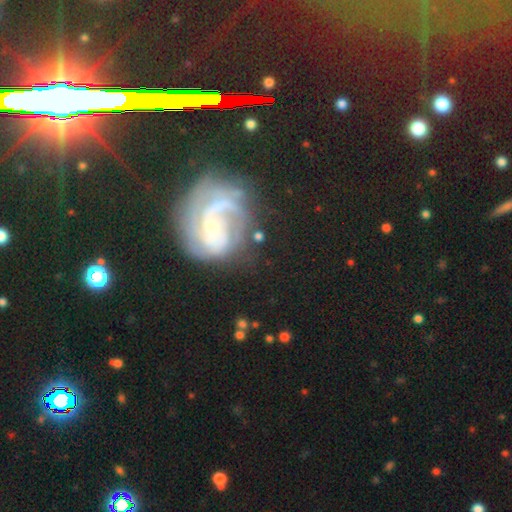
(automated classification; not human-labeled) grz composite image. It shows a featured or disk galaxy (69%) with no bar (51%), 2 (45%) tight (44%) spiral arms (92%) and a small central bulge (70%). Merging: none (61%).